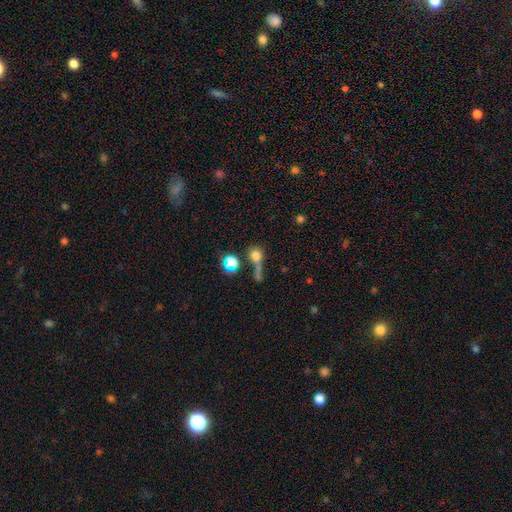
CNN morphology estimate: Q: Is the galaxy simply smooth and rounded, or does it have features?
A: smooth — 72%.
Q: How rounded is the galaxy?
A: round — 80%.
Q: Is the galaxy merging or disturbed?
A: none — 44%.